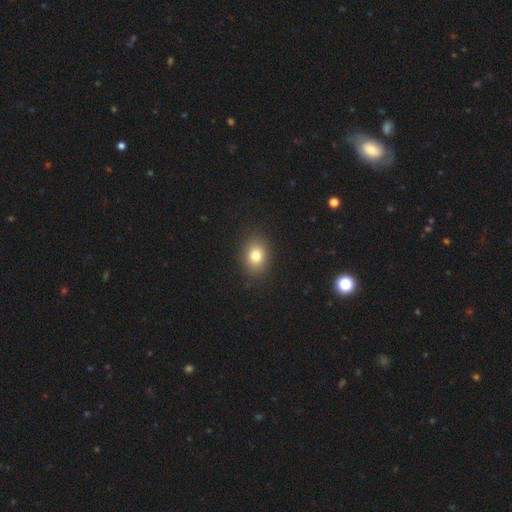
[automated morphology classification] Q: Smooth or featured?
A: smooth (80%); runner-up: star or artifact (11%)
Q: How rounded?
A: in between (64%); runner-up: round (35%)
Q: Merging?
A: none (88%); runner-up: minor disturbance (8%)